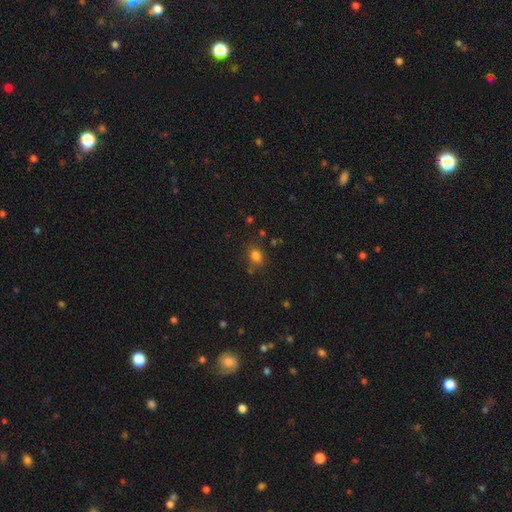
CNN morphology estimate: This is likely a smooth galaxy (79%). How rounded: possibly in between (54%). Merging: likely none (71%).